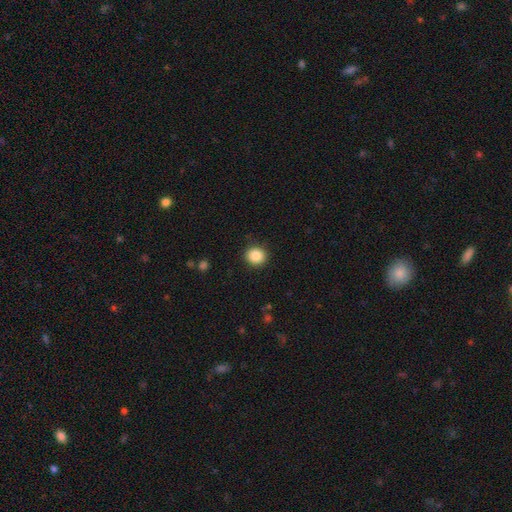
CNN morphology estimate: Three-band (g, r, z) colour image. It shows a smooth galaxy with no disk features (87%) that is round (88%). Merging: none (91%).